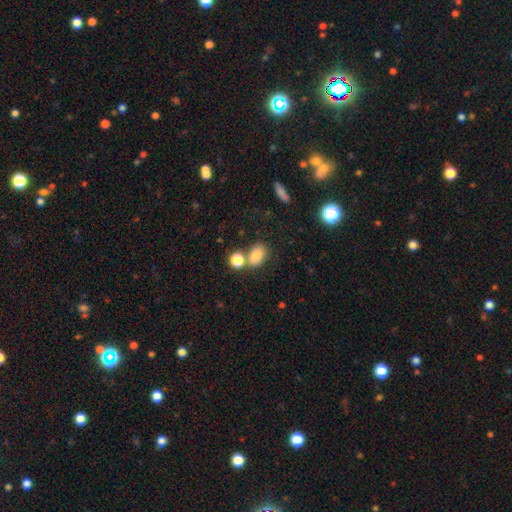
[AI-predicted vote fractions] smooth 81%, star or artifact 11%, featured or disk 8%. Down the decision tree: how rounded — in between (78%); merging — none (59%).